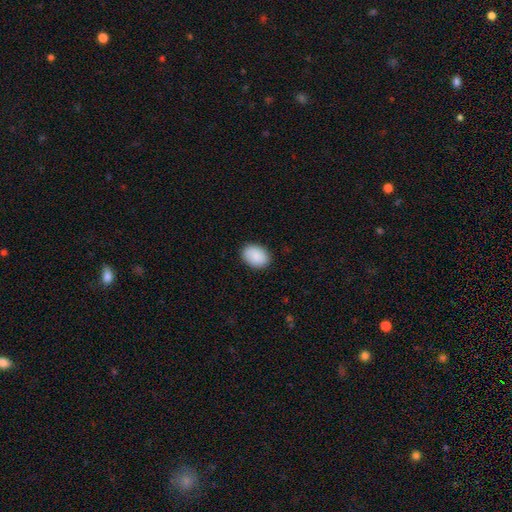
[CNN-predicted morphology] Smooth or featured? Predicted: smooth (p=0.90). How rounded? Predicted: in between (p=0.75). Merging? Predicted: none (p=0.89).